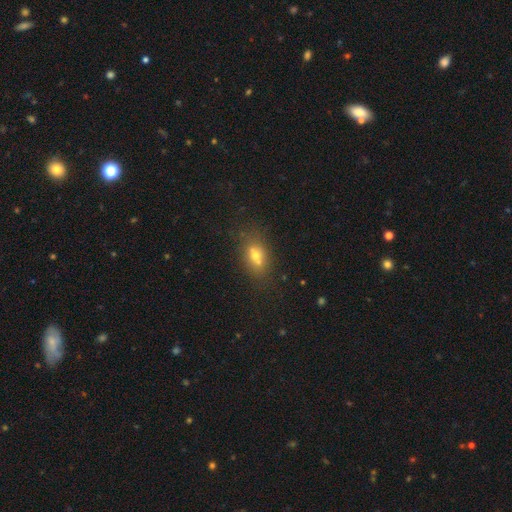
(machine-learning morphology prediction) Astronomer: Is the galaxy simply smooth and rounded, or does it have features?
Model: smooth — 62%.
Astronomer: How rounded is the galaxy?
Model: in between — 70%.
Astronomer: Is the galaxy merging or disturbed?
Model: none — 47% (runner-up: merger, 33%).